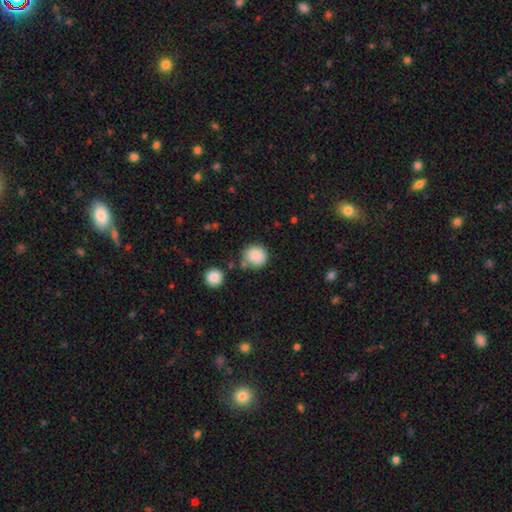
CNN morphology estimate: Smooth or featured? Predicted: smooth (p=0.86). How rounded? Predicted: round (p=0.89). Merging? Predicted: none (p=0.68).